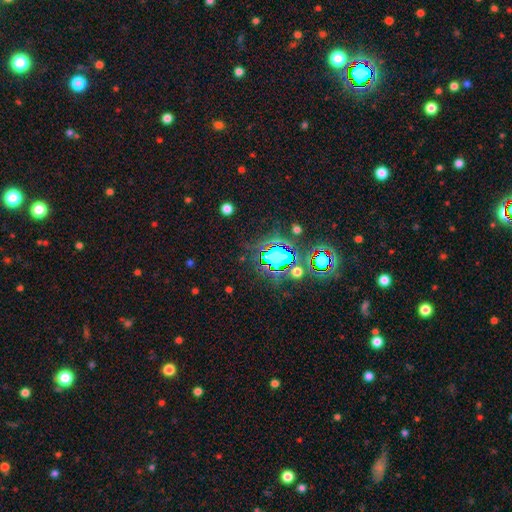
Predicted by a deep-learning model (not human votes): A star or artifact, not a galaxy (82%).